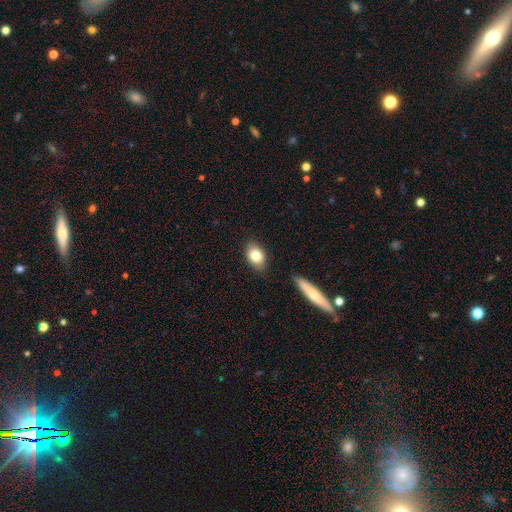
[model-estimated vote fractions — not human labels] Smooth or featured? Predicted: smooth (p=0.81). How rounded? Predicted: in between (p=0.79). Merging? Predicted: none (p=0.85).